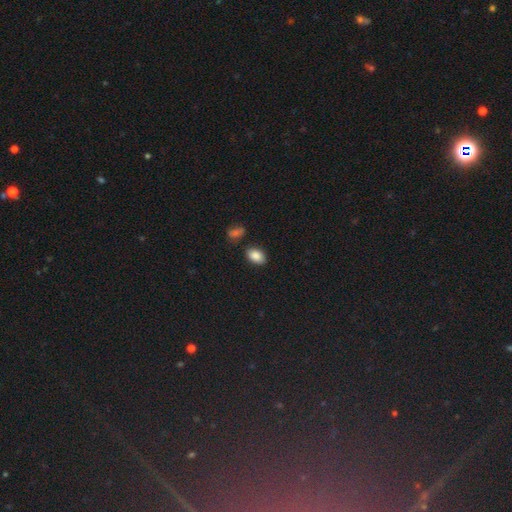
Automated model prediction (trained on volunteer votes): Overall: smooth (87%). How rounded: in between (88%). Merging: none (83%).